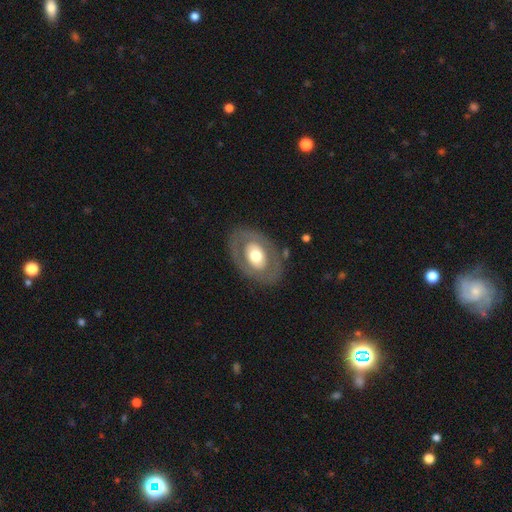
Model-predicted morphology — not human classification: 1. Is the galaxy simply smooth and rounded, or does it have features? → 51% featured or disk, 44% smooth, 6% star or artifact.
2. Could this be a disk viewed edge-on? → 91% no, 9% yes.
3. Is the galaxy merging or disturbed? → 80% none, 12% minor disturbance, 7% major disturbance, 2% merger.